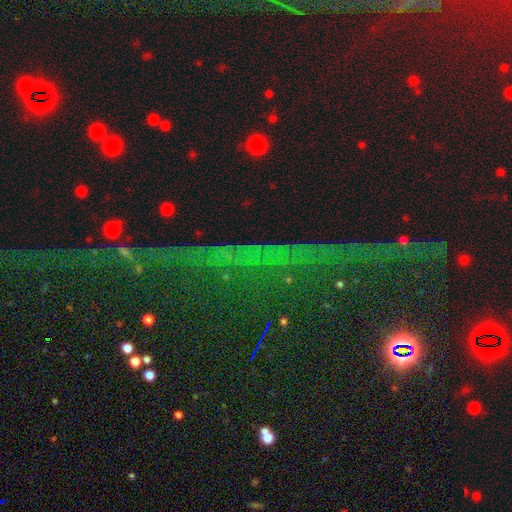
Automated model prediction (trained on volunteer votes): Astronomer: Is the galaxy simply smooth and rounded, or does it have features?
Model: star or artifact — 83%.